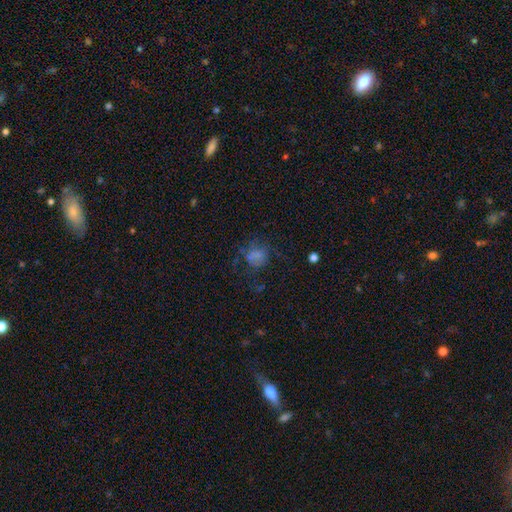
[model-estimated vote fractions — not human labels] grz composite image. It shows a smooth galaxy with no disk features (62%) that is round (69%). Merging: none (50%).